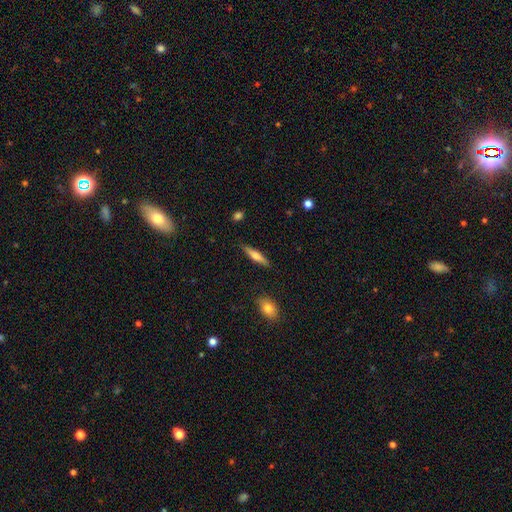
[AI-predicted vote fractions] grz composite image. It shows a smooth galaxy with no disk features (52%) that is cigar-shaped (81%). Merging: none (88%).